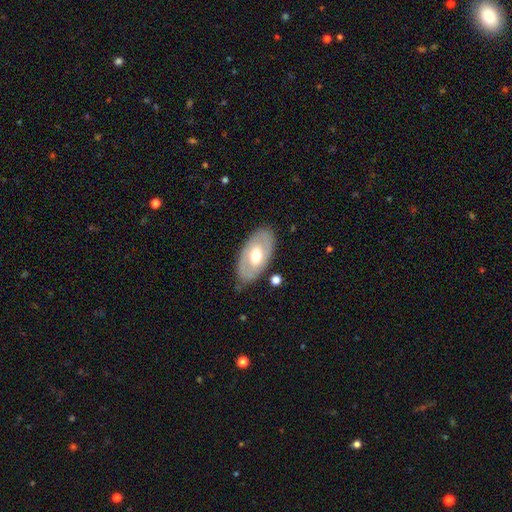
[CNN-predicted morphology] Smooth or featured? featured or disk (49%)
Merging? none (78%)